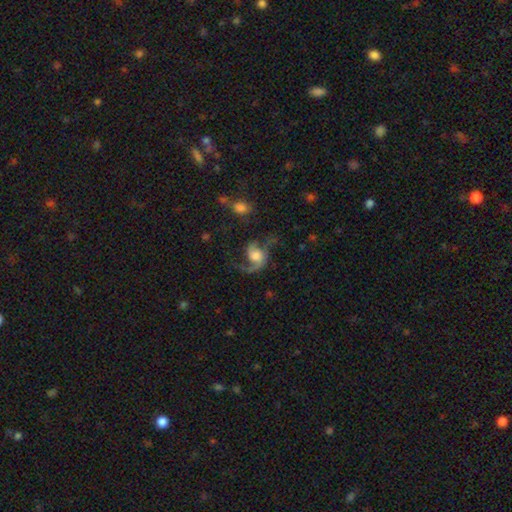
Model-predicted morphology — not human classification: Smooth or featured?
  - featured or disk: 81% *
  - smooth: 13%
  - star or artifact: 7%
Edge-on disk?
  - no: 98% *
  - yes: 2%
Bar?
  - no: 64% *
  - weak: 29%
  - strong: 6%
Spiral arms?
  - yes: 95% *
  - no: 5%
Spiral winding?
  - loose: 58% *
  - medium: 35%
  - tight: 7%
Spiral arm count?
  - 2: 72% *
  - 1: 20%
  - can't tell: 3%
  - 3: 2%
  - 4: 1%
  - more than 4: 1%
Bulge size?
  - moderate: 40% *
  - large: 34%
  - small: 14%
  - none: 7%
  - dominant: 5%
Merging?
  - none: 49% *
  - major disturbance: 30%
  - minor disturbance: 18%
  - merger: 4%